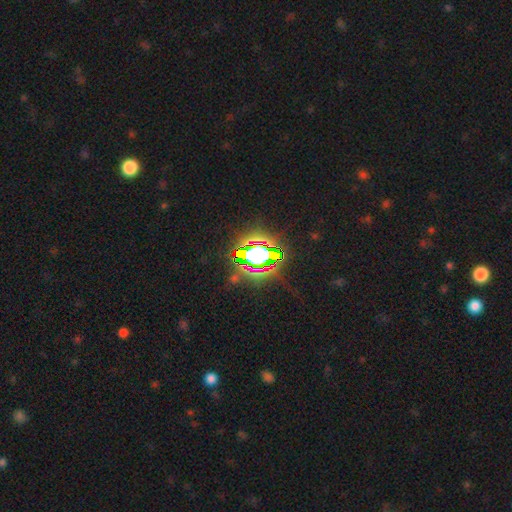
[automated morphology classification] This appears to be a star or artifact, not a galaxy (72%).